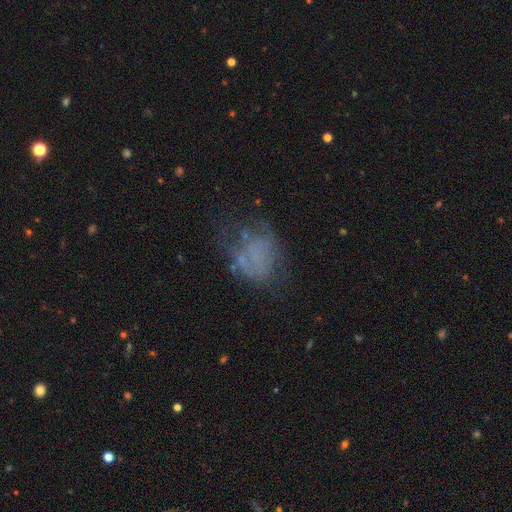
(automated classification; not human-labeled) A featured or disk galaxy (40%, tied with smooth). Merging: none (43%).